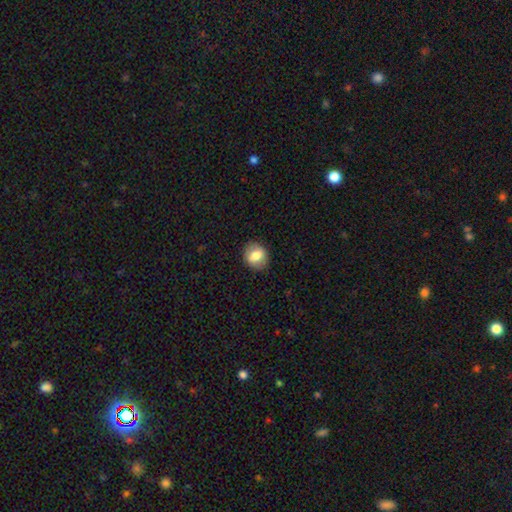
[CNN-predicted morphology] Smooth or featured?
  - smooth: 75% *
  - featured or disk: 17%
  - star or artifact: 8%
How rounded?
  - round: 63% *
  - in between: 36%
  - cigar-shaped: 1%
Merging?
  - none: 87% *
  - minor disturbance: 9%
  - major disturbance: 3%
  - merger: 1%